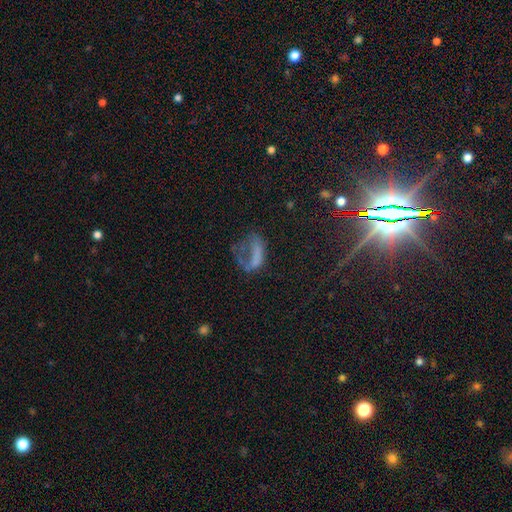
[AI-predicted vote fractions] Overall: smooth (42%; featured or disk 36%). Merging: major disturbance (49%; none 27%).